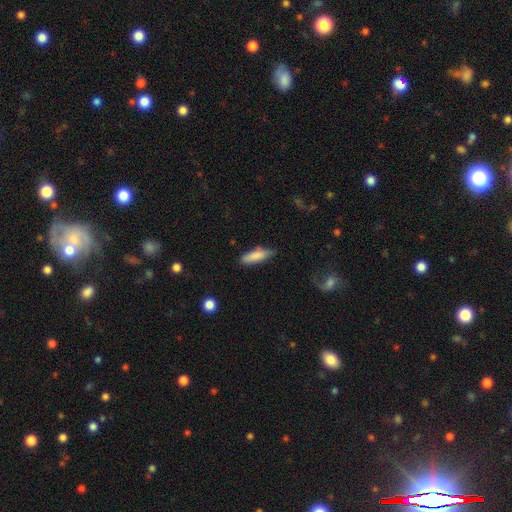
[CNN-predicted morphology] A smooth galaxy with no disk features (83%) that is cigar-shaped (56%). Merging: none (73%).